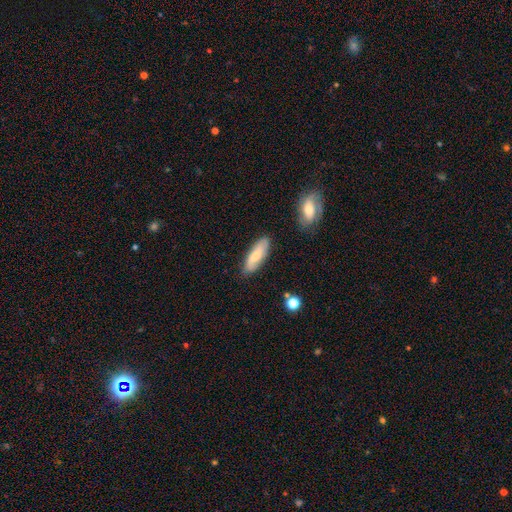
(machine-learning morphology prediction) Q: Smooth or featured?
A: smooth (69%); runner-up: featured or disk (24%)
Q: How rounded?
A: in between (58%); runner-up: cigar-shaped (40%)
Q: Merging?
A: none (79%); runner-up: minor disturbance (16%)